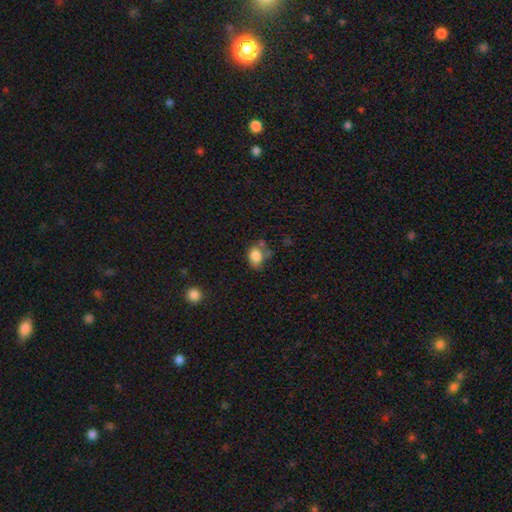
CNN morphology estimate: The model was most divided on "merging": none: 49%, minor disturbance: 27%, merger: 14%, major disturbance: 10%. More confident: smooth or featured — smooth (82%); how rounded — in between (65%).